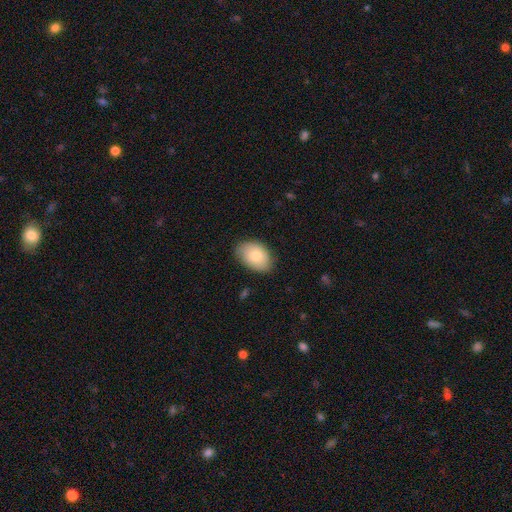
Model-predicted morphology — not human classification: A smooth galaxy with no disk features (81%) that is in between round and cigar-shaped (86%). Merging: none (81%).